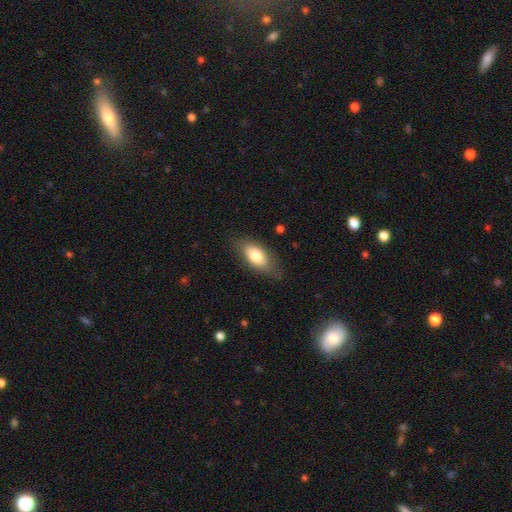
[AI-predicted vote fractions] Smooth or featured: smooth — 75% (featured or disk — 18%)
How rounded: in between — 85% (cigar-shaped — 11%)
Merging: none — 73% (minor disturbance — 20%)